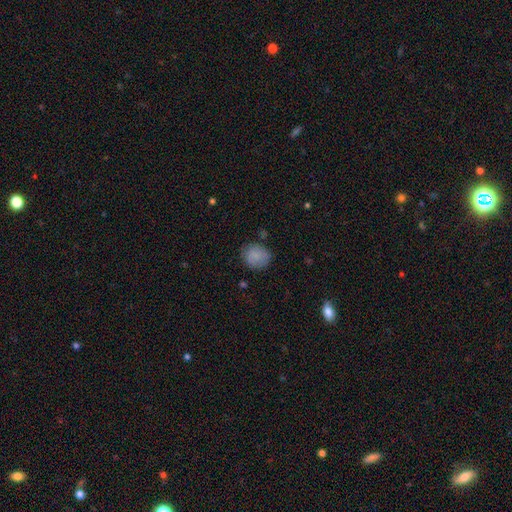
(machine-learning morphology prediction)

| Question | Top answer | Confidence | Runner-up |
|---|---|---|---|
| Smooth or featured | smooth | 83% | featured or disk (9%) |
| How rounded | round | 78% | in between (21%) |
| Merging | none | 75% | minor disturbance (19%) |